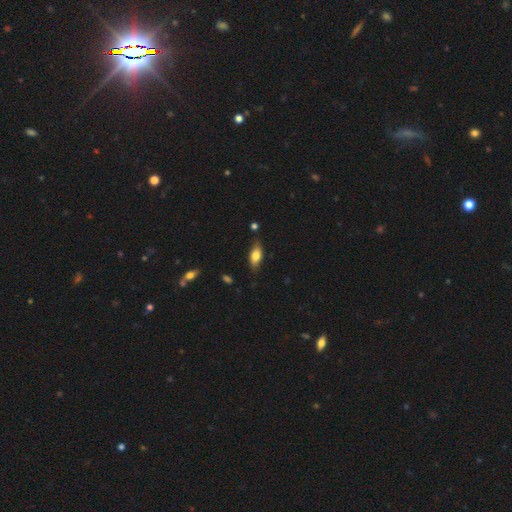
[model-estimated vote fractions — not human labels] Smooth or featured: smooth — 71% (featured or disk — 22%)
How rounded: in between — 80% (cigar-shaped — 16%)
Merging: none — 77% (minor disturbance — 18%)